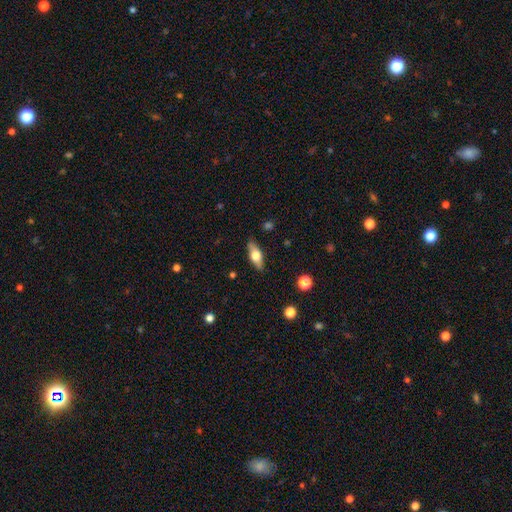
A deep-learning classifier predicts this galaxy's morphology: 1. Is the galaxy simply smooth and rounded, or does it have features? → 57% smooth, 36% featured or disk, 7% star or artifact.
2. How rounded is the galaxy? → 71% in between, 25% cigar-shaped, 4% round.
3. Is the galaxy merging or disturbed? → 86% none, 10% minor disturbance, 2% major disturbance, 1% merger.